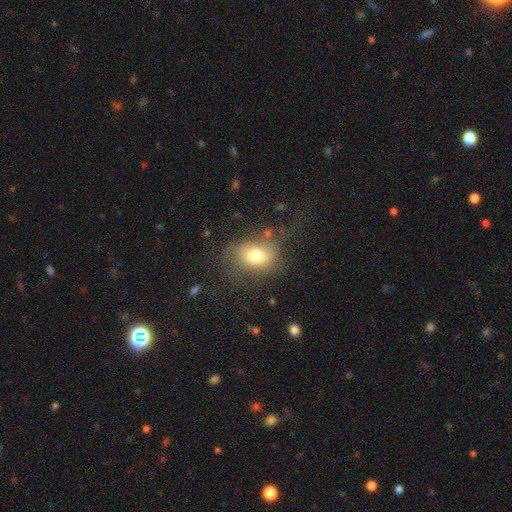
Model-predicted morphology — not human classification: The model was most divided on "how rounded": in between: 58%, round: 40%, cigar-shaped: 1%. Remaining: smooth or featured — smooth (72%); merging — none (49%).